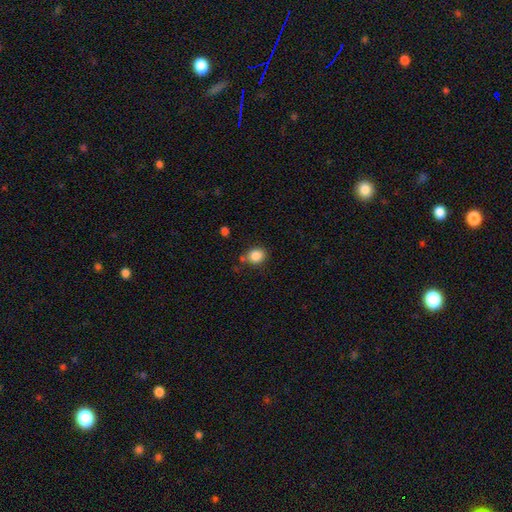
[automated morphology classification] Smooth or featured? smooth (86%)
How rounded? round (70%)
Merging? none (76%)